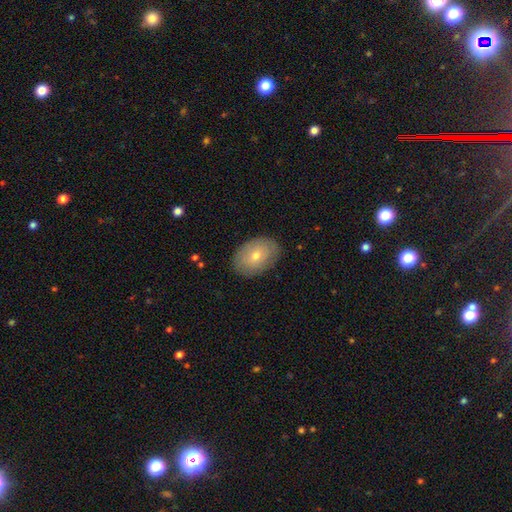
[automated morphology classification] smooth 64%, featured or disk 28%, star or artifact 8%. Down the decision tree: how rounded — in between (85%); merging — none (85%).